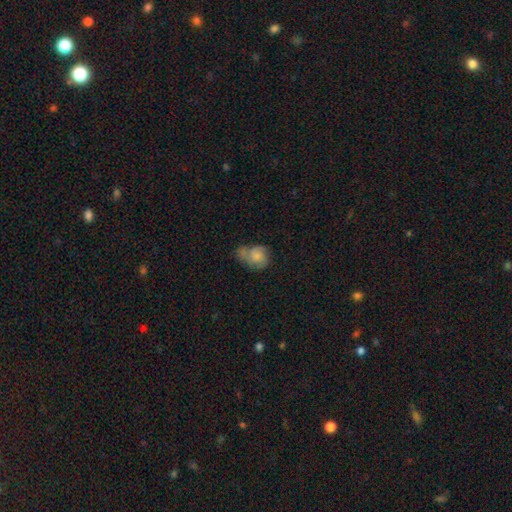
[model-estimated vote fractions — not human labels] smooth_or_featured: smooth (p=0.61) [alt: featured or disk p=0.30]
how_rounded: in between (p=0.55) [alt: round p=0.44]
merging: minor disturbance (p=0.29) [tied with: none p=0.29]